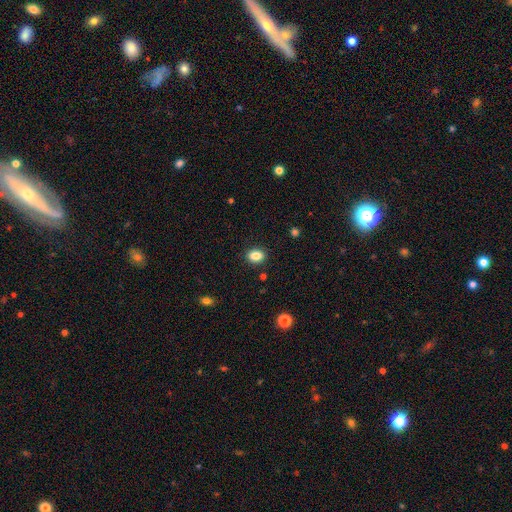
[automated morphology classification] smooth-or-featured: smooth: 85% | star or artifact: 9% | featured or disk: 5%
  how-rounded: in between: 68% | round: 31% | cigar-shaped: 1%
  merging: none: 89% | minor disturbance: 8% | major disturbance: 2% | merger: 1%